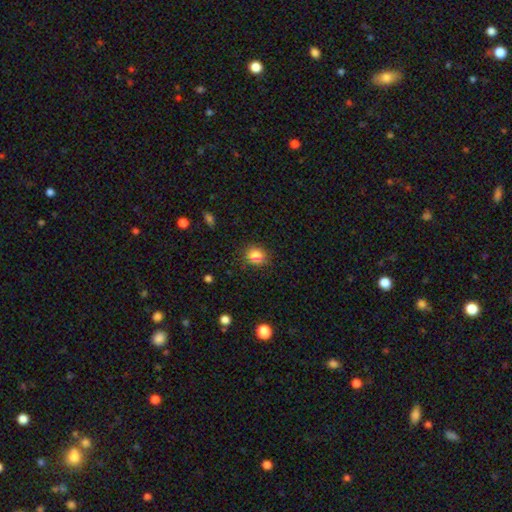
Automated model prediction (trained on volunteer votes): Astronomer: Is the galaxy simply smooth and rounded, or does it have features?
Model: smooth — 84%.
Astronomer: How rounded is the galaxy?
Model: round — 65%.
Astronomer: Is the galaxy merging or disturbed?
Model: none — 84%.